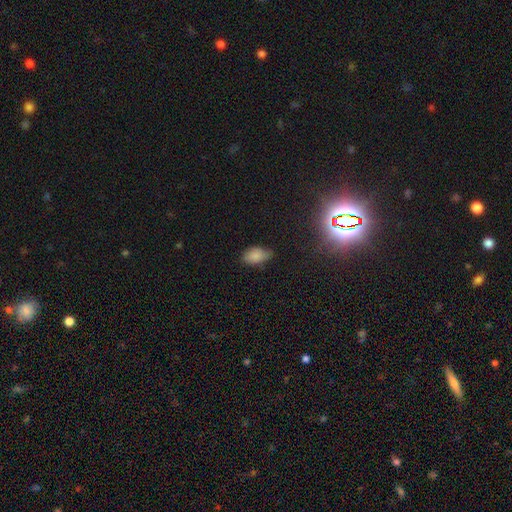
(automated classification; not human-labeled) This appears to be a smooth galaxy with no disk features (83%) that is in between round and cigar-shaped (93%). Merging: none (63%).